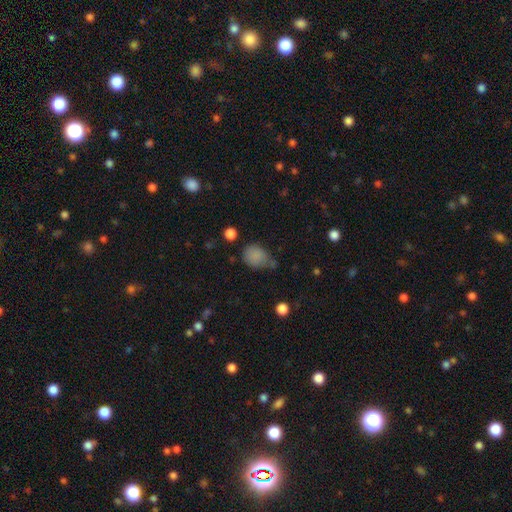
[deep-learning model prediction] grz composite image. It shows a smooth galaxy with no disk features (82%) that is round (50%). Merging: none (44%).